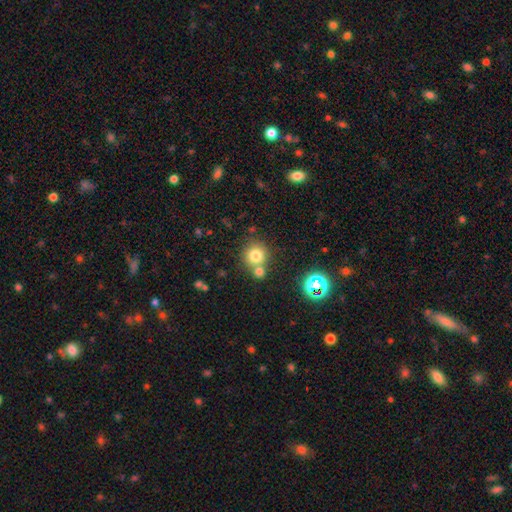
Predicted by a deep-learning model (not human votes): Overall: smooth (76%). How rounded: round (91%). Merging: none (60%; merger 29%).